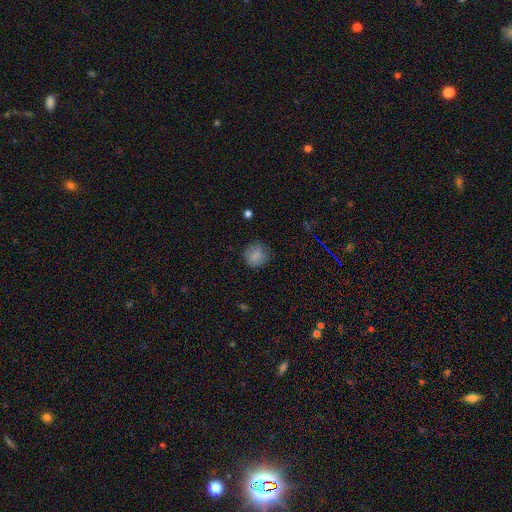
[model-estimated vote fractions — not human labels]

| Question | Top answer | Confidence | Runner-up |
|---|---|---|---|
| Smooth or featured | smooth | 84% | star or artifact (10%) |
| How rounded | round | 85% | in between (14%) |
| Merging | none | 82% | minor disturbance (13%) |